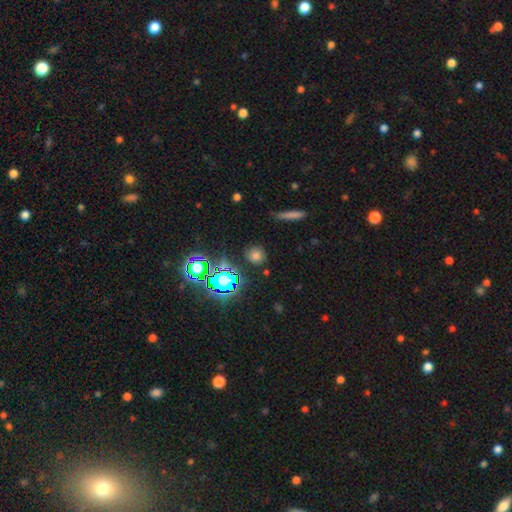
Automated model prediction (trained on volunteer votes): A smooth galaxy with no disk features (68%) that is round (85%). Merging: none (84%).